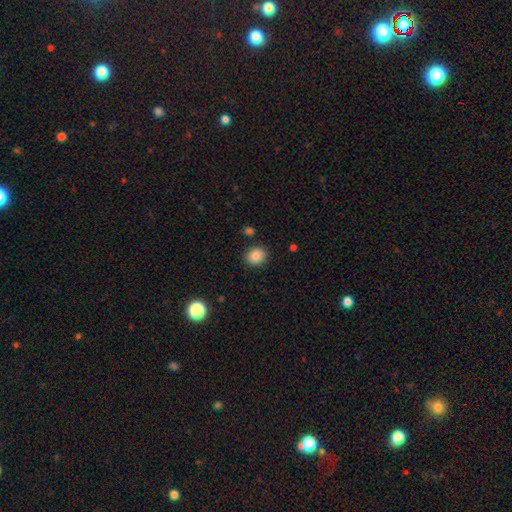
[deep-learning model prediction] This is clearly a smooth galaxy (86%). How rounded: likely round (74%). Merging: clearly none (87%).